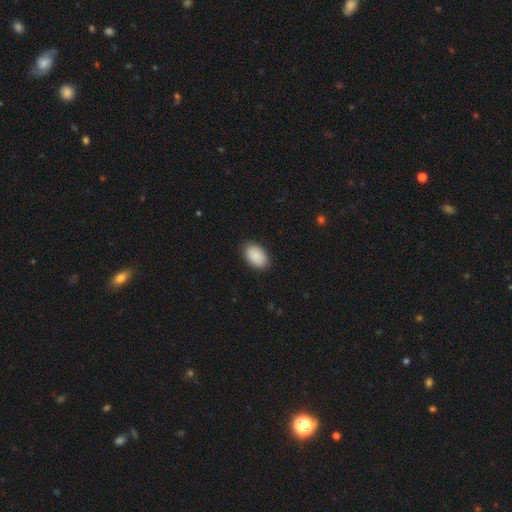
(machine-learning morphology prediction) The model was most divided on "merging": none: 87%, minor disturbance: 10%, major disturbance: 2%, merger: 1%. More confident: how rounded — in between (92%); smooth or featured — smooth (91%).